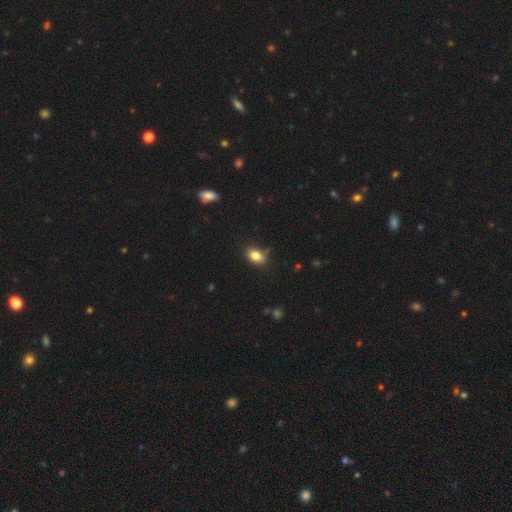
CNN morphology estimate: A smooth galaxy with no disk features (83%) that is in between round and cigar-shaped (81%).

Vote fractions:
- Smooth or featured? smooth: 83% / star or artifact: 9% / featured or disk: 7%
- How rounded? in between: 81% / round: 17% / cigar-shaped: 2%
- Merging? none: 77% / minor disturbance: 17% / major disturbance: 3% / merger: 2%